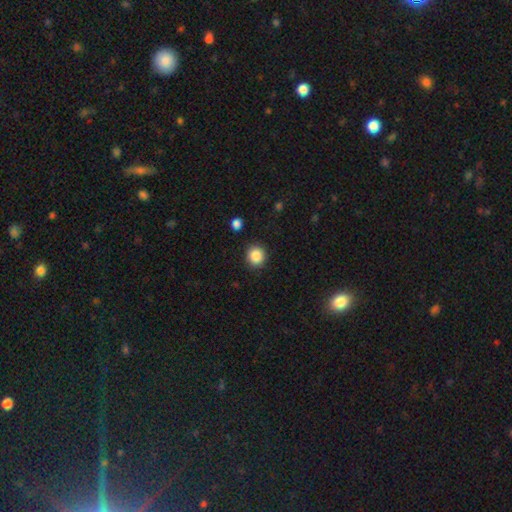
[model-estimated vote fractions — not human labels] The model was most divided on "how rounded": round: 86%, in between: 13%, cigar-shaped: 1%. More confident: merging — none (89%); smooth or featured — smooth (87%).